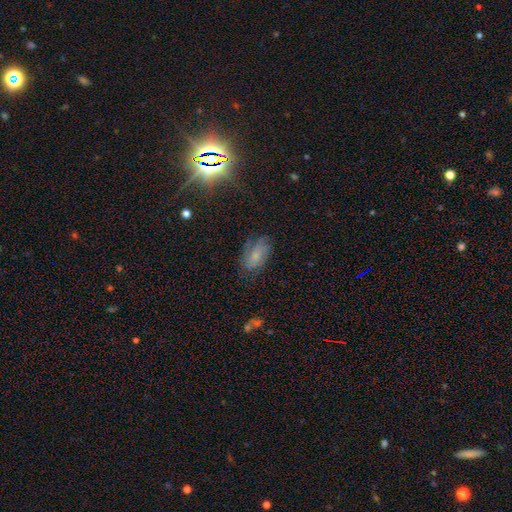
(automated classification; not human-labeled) This appears to be a smooth galaxy with no disk features (50%). Merging: none (64%).